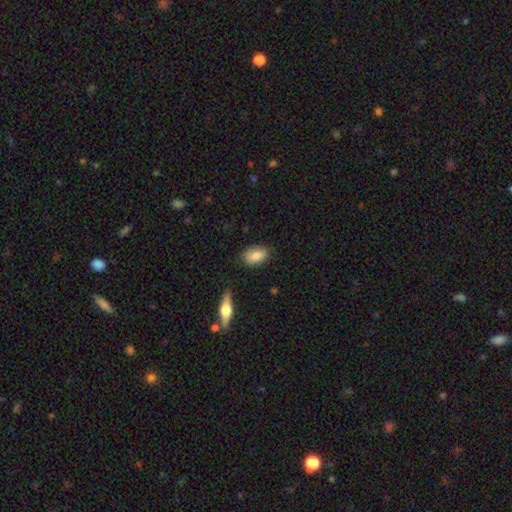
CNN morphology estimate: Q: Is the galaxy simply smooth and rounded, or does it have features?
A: smooth — 83%.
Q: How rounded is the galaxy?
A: in between — 89%.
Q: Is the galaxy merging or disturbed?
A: none — 80%.